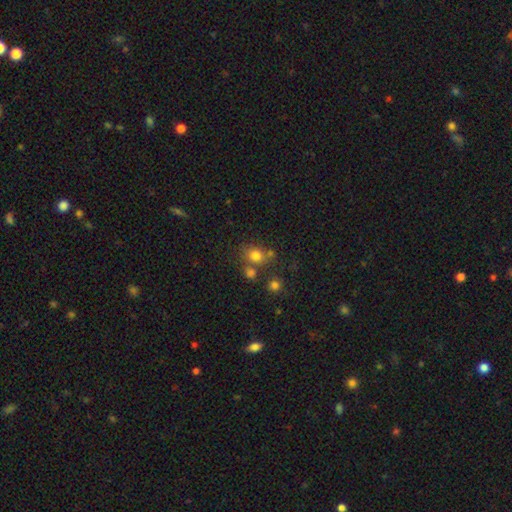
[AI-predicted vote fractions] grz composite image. It shows a smooth galaxy with no disk features (76%) that is round (65%). Merging: none (60%).